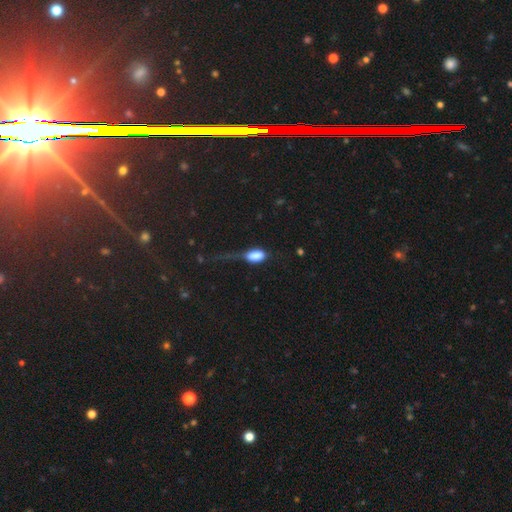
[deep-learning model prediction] The model was most divided on "merging": major disturbance: 44%, minor disturbance: 27%, none: 24%, merger: 5%. More confident: how rounded — in between (88%); smooth or featured — smooth (80%).